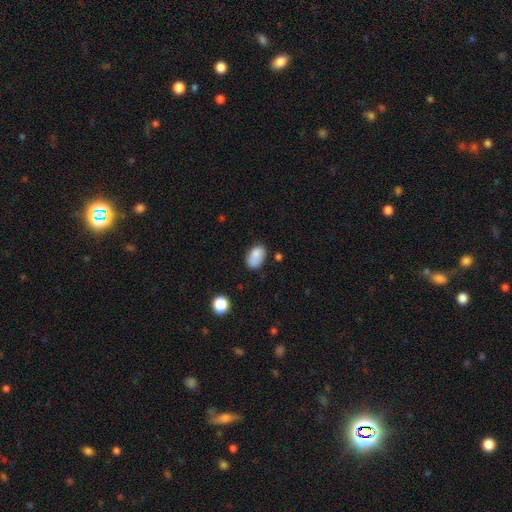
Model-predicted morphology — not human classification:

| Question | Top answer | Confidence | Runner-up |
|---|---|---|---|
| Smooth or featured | smooth | 84% | star or artifact (9%) |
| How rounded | in between | 89% | round (10%) |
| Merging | none | 66% | minor disturbance (23%) |